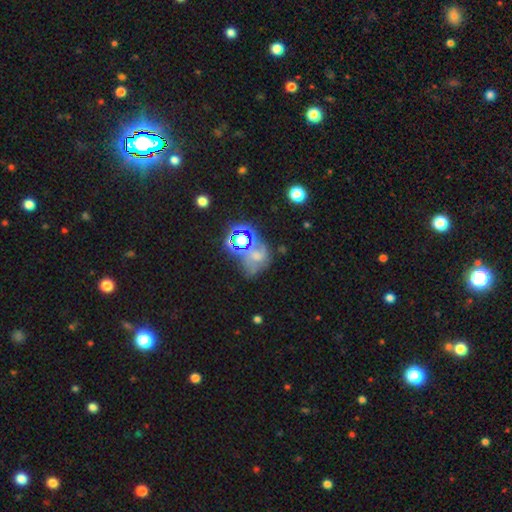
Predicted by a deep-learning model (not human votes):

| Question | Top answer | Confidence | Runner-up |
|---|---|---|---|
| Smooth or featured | star or artifact | 50% | featured or disk (25%) |